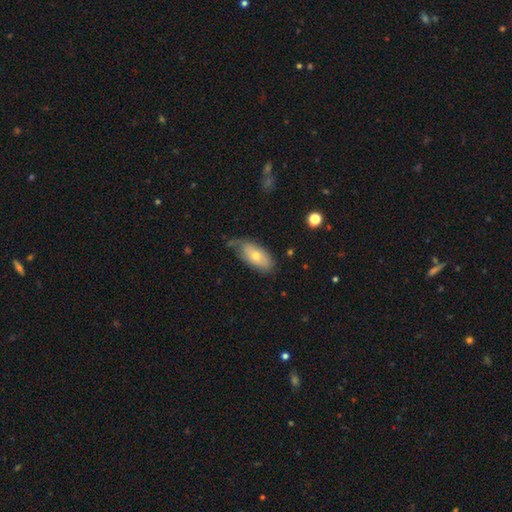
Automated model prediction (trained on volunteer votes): Smooth or featured? smooth (61%)
How rounded? in between (87%)
Merging? none (52%)